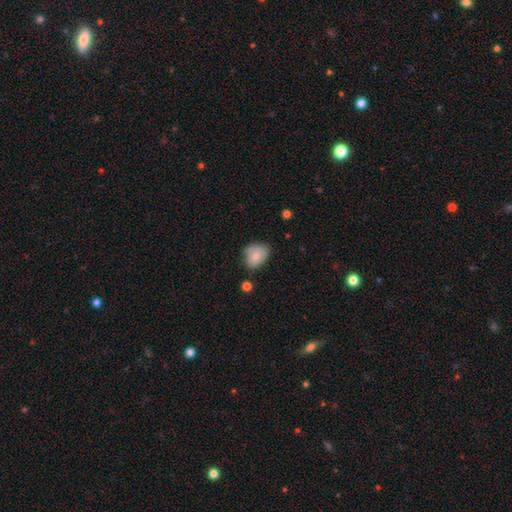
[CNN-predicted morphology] Smooth or featured: smooth — 73% (featured or disk — 19%)
How rounded: in between — 62% (round — 37%)
Merging: none — 56% (minor disturbance — 32%)